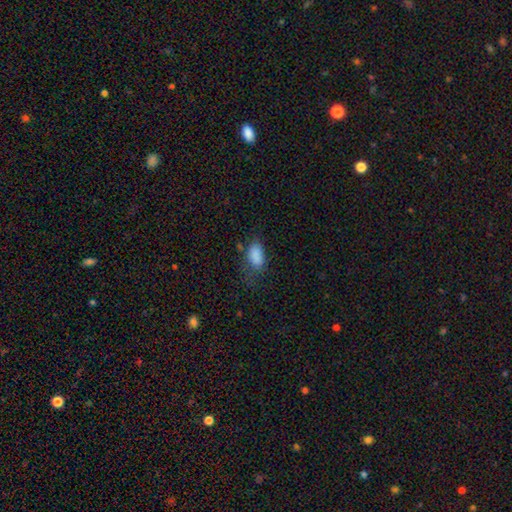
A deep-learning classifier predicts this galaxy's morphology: Smooth or featured: smooth — 84% (star or artifact — 10%)
How rounded: in between — 91% (round — 6%)
Merging: none — 46% (minor disturbance — 30%)